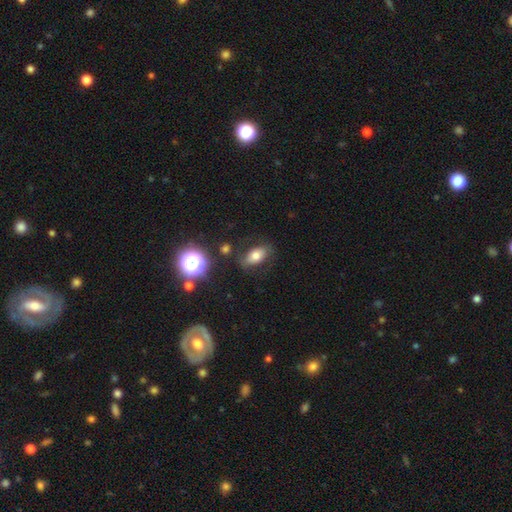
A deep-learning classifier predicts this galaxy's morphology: type=smooth (70%); roundness=in between (85%); merging=none (74%).